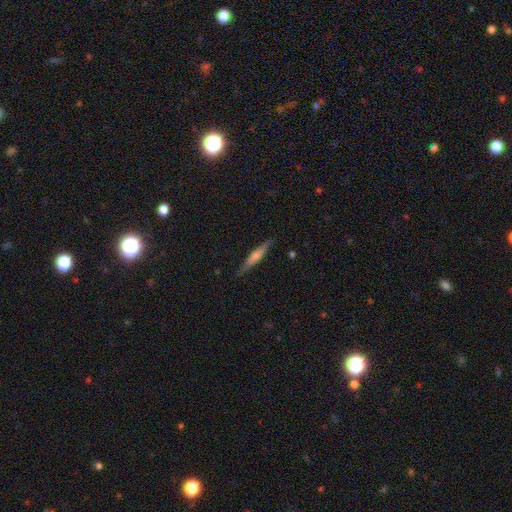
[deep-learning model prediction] A featured or disk galaxy (53%) viewed edge-on (95%) with a rounded central bulge (59%).

Vote fractions:
- Smooth or featured? featured or disk: 53% / smooth: 41% / star or artifact: 6%
- Edge-on disk? yes: 95% / no: 5%
- Edge-on bulge? rounded: 59% / none: 24% / boxy: 17%
- Merging? none: 86% / minor disturbance: 11% / major disturbance: 2% / merger: 1%